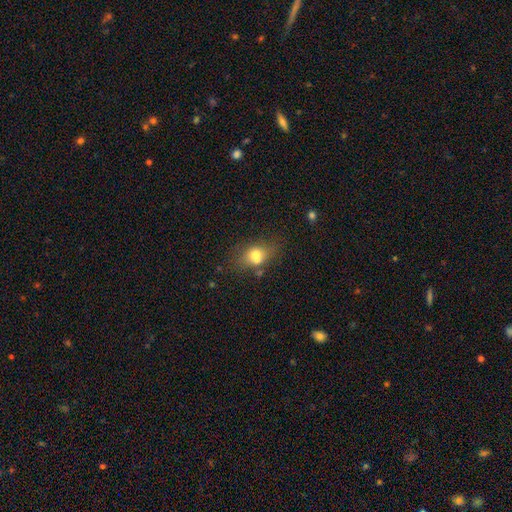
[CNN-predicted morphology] Smooth or featured? Predicted: smooth (p=0.67). How rounded? Predicted: in between (p=0.64). Merging? Predicted: none (p=0.49).